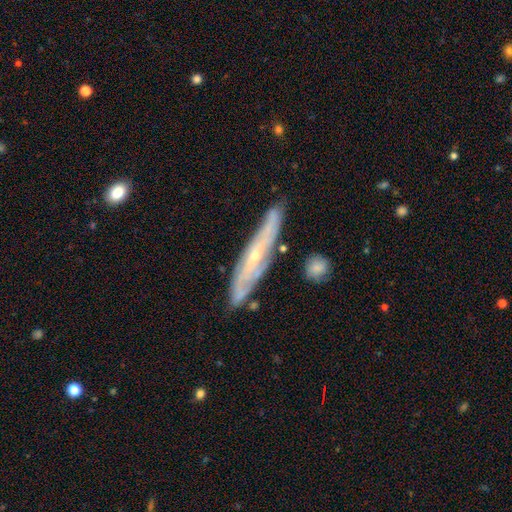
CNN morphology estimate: featured or disk 71%, smooth 22%, star or artifact 7%. Down the decision tree: edge-on disk — yes (58%); merging — none (78%).